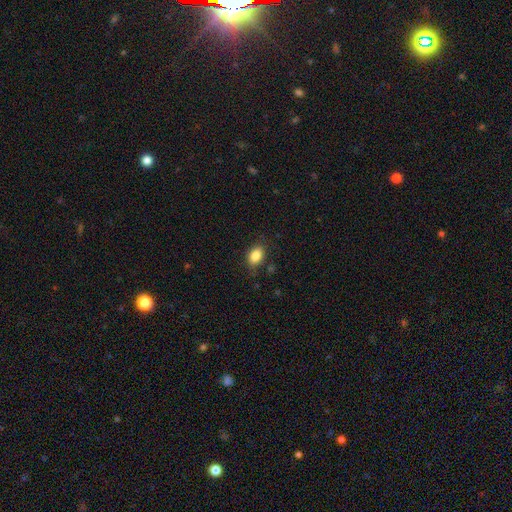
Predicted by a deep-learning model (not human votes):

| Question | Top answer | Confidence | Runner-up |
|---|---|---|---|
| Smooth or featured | smooth | 85% | star or artifact (9%) |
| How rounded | in between | 82% | round (17%) |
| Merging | none | 82% | minor disturbance (13%) |